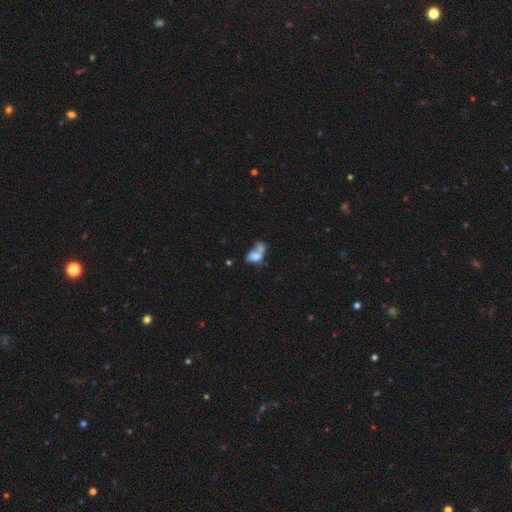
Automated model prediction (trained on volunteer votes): This appears to be a smooth galaxy with no disk features (68%) that is in between round and cigar-shaped (80%). Merging: merger (60%).